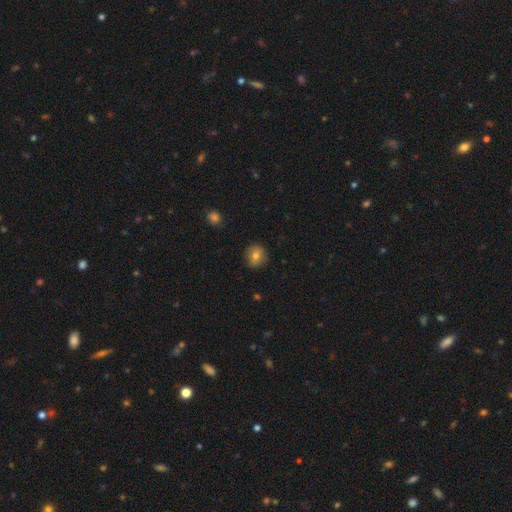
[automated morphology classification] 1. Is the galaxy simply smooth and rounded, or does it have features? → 76% smooth, 14% featured or disk, 10% star or artifact.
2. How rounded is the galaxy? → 87% round, 12% in between, 1% cigar-shaped.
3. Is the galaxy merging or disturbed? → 86% none, 11% minor disturbance, 2% major disturbance, 1% merger.